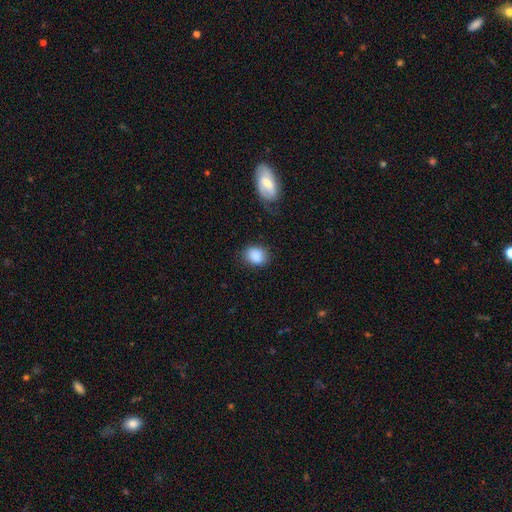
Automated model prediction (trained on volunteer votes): smooth_or_featured: smooth (p=0.86) [alt: star or artifact p=0.08]
how_rounded: in between (p=0.55) [alt: round p=0.44]
merging: none (p=0.73) [alt: minor disturbance p=0.19]